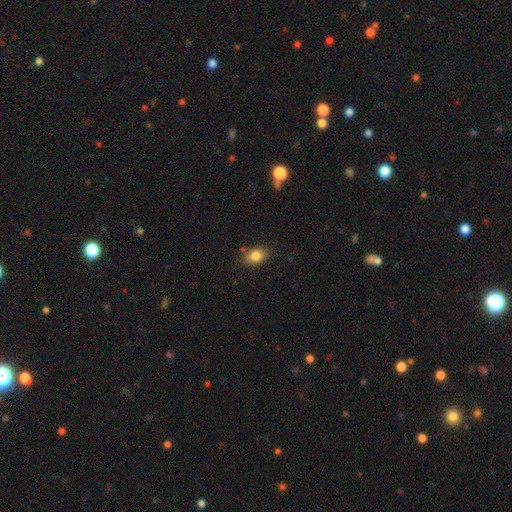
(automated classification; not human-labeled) smooth_or_featured: smooth (p=0.83) [alt: star or artifact p=0.09]
how_rounded: in between (p=0.77) [alt: round p=0.21]
merging: none (p=0.77) [alt: minor disturbance p=0.16]